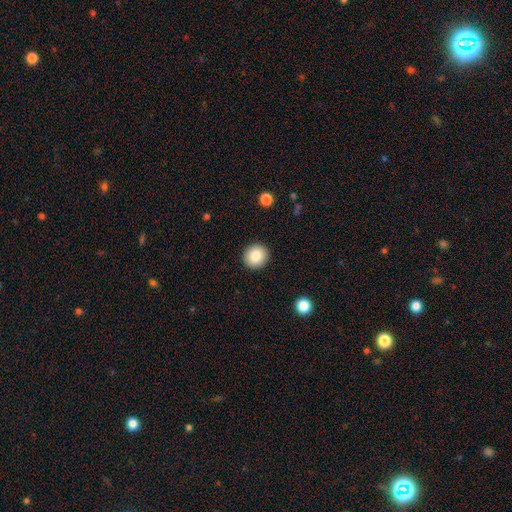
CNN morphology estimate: A smooth galaxy with no disk features (85%) that is round (89%). Merging: none (92%).